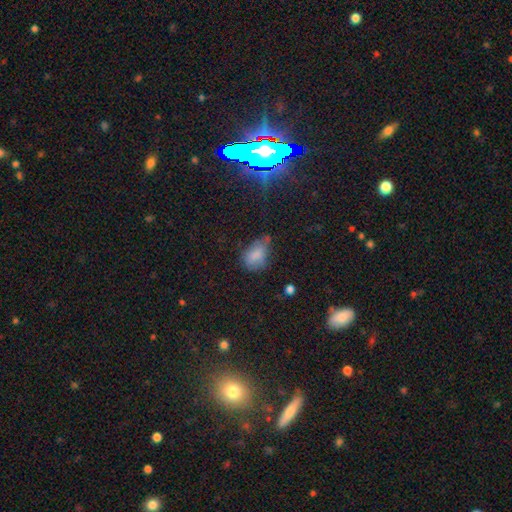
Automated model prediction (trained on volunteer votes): Smooth or featured? smooth (74%)
How rounded? in between (79%)
Merging? minor disturbance (39%)